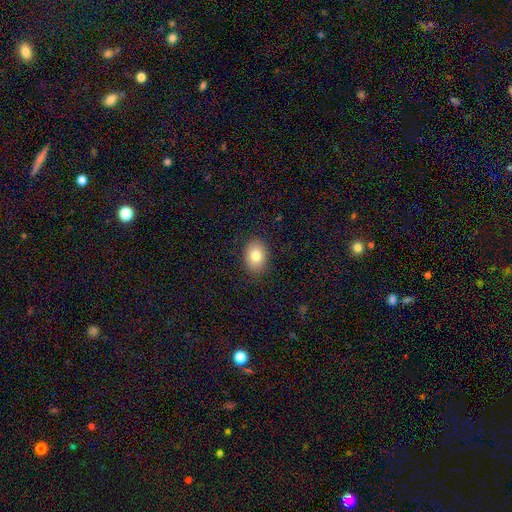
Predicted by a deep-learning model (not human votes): smooth 81%, featured or disk 10%, star or artifact 8%. Down the decision tree: how rounded — in between (77%); merging — none (89%).